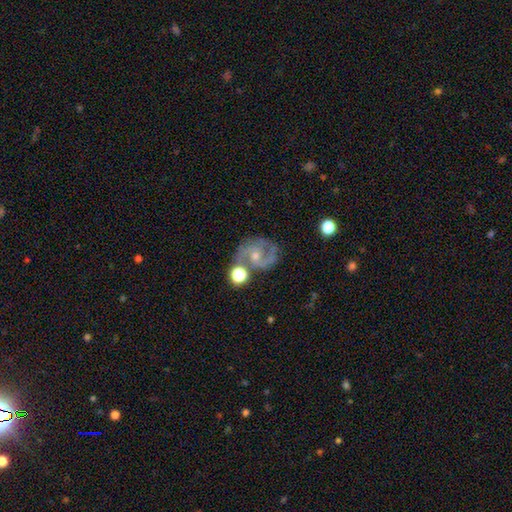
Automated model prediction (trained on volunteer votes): This is clearly a featured or disk galaxy (81%). It is clearly not viewed edge-on (98%). Bar: possibly no (55%). Spiral arm pattern: clearly yes (93%). Spiral arm count: clearly 2 (82%). Spiral winding: possibly medium (52%). Central bulge: possibly small (55%). Merging: likely none (67%).